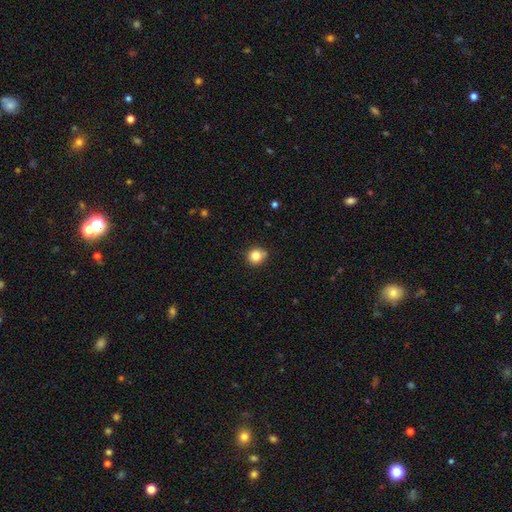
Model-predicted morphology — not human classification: A smooth galaxy with no disk features (83%) that is round (87%).

Vote fractions:
- Smooth or featured? smooth: 83% / star or artifact: 11% / featured or disk: 6%
- How rounded? round: 87% / in between: 12% / cigar-shaped: 1%
- Merging? none: 79% / minor disturbance: 15% / merger: 3% / major disturbance: 3%